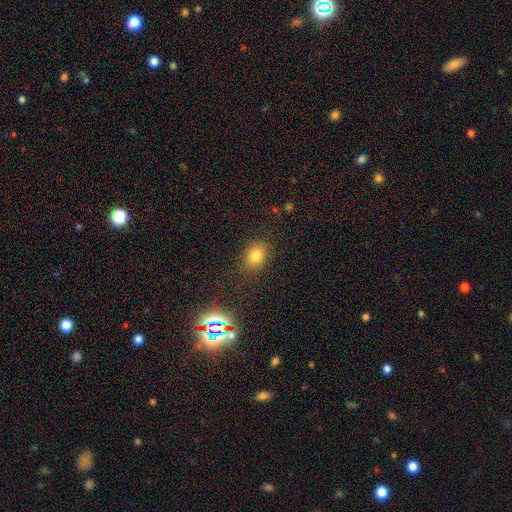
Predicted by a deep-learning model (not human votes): This appears to be a smooth galaxy with no disk features (78%) that is in between round and cigar-shaped (63%). Merging: none (83%).